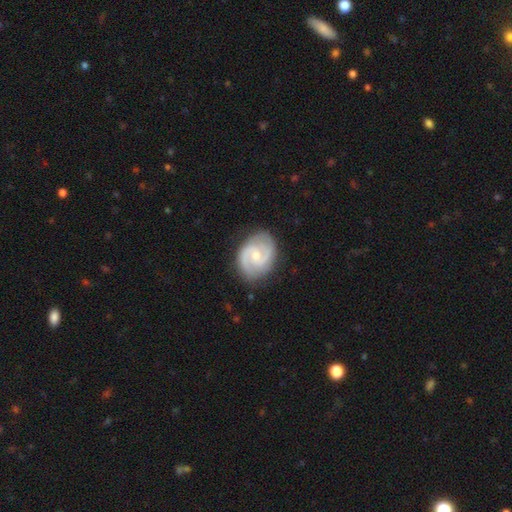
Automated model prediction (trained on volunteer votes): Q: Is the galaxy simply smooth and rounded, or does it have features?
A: featured or disk — 86%.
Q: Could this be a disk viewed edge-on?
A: no — 98%.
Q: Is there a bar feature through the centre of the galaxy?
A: weak — 48%.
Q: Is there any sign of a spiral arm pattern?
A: yes — 97%.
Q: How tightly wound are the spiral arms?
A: medium — 51%.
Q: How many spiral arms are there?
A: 2 — 89%.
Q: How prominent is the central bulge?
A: small — 48%.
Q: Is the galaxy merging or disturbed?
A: none — 83%.